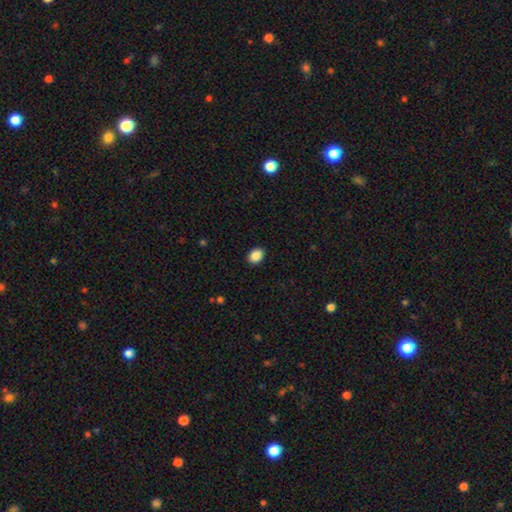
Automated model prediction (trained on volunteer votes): Smooth or featured? Predicted: smooth (p=0.89). How rounded? Predicted: in between (p=0.60). Merging? Predicted: none (p=0.91).